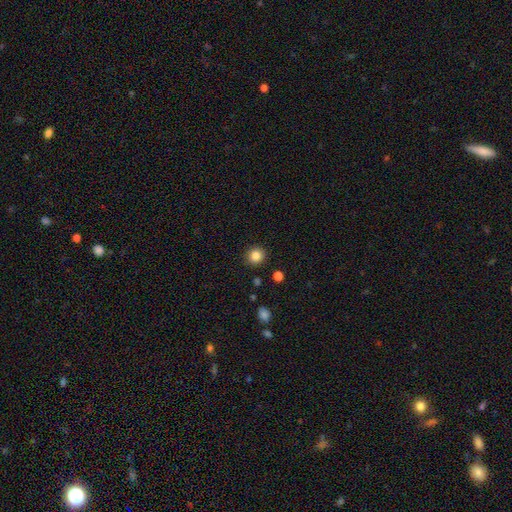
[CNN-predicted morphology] Overall: smooth (85%). How rounded: round (92%). Merging: none (91%).